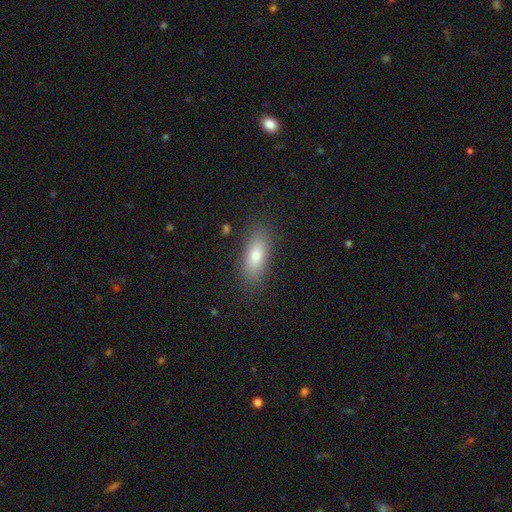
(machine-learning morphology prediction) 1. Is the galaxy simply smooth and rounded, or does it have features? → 77% smooth, 15% featured or disk, 8% star or artifact.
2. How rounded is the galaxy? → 73% in between, 23% cigar-shaped, 3% round.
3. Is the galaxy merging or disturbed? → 85% none, 11% minor disturbance, 3% major disturbance, 1% merger.